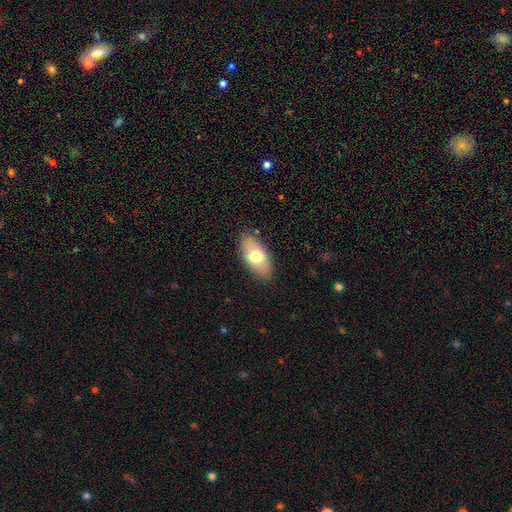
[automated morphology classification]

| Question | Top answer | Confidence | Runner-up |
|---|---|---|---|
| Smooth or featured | smooth | 71% | featured or disk (23%) |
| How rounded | in between | 92% | cigar-shaped (4%) |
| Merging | none | 86% | minor disturbance (11%) |